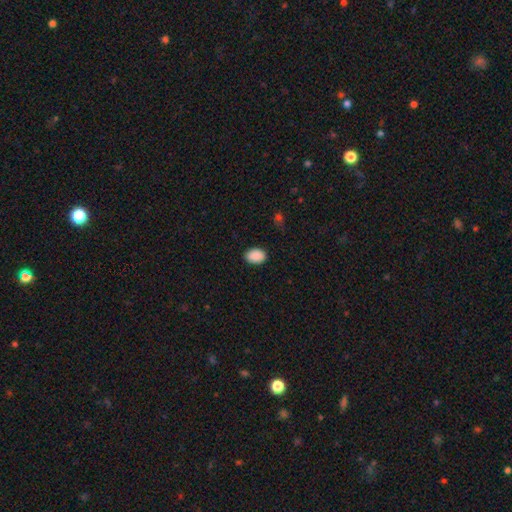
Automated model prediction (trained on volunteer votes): smooth_or_featured: smooth (p=0.90) [alt: star or artifact p=0.07]
how_rounded: in between (p=0.80) [alt: round p=0.19]
merging: none (p=0.88) [alt: minor disturbance p=0.09]